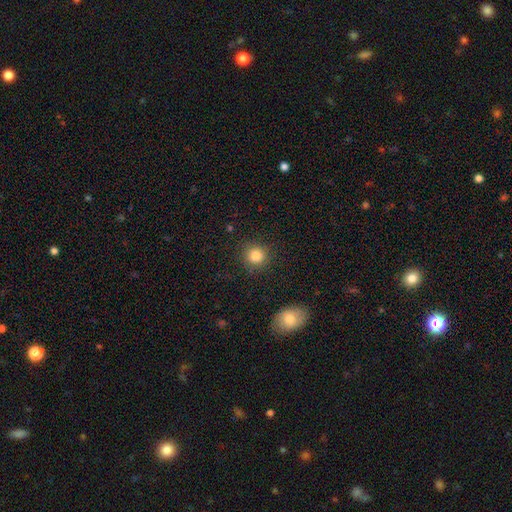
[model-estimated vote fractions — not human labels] smooth_or_featured: smooth (p=0.84) [alt: star or artifact p=0.11]
how_rounded: round (p=0.90) [alt: in between p=0.09]
merging: none (p=0.88) [alt: minor disturbance p=0.08]